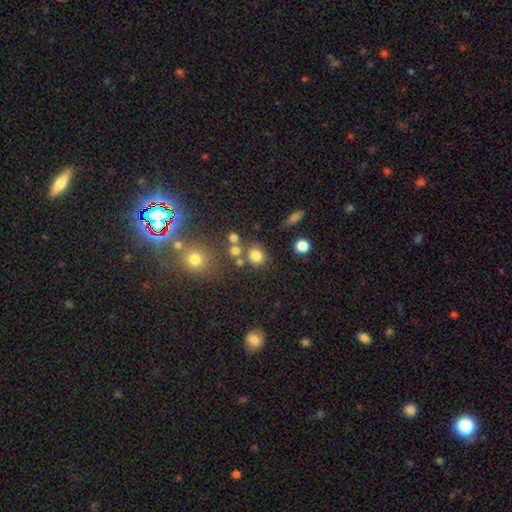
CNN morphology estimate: smooth-or-featured: smooth: 76% | star or artifact: 16% | featured or disk: 8%
  how-rounded: round: 81% | in between: 17% | cigar-shaped: 1%
  merging: none: 67% | merger: 17% | minor disturbance: 11% | major disturbance: 5%